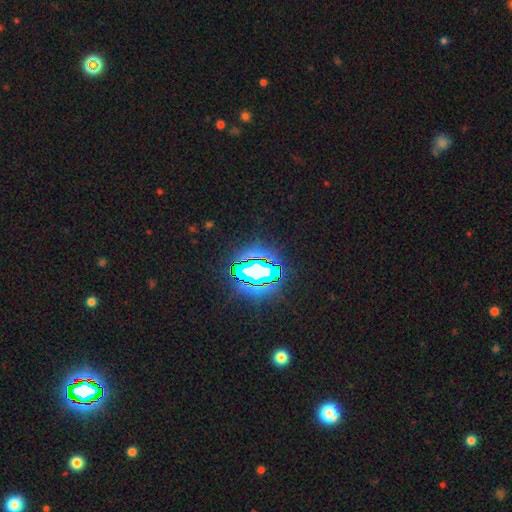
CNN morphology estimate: This appears to be a star or artifact, not a galaxy (84%).